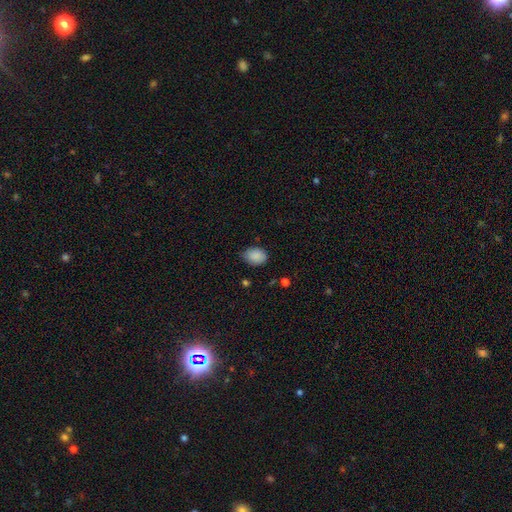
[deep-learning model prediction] Smooth or featured?
  - smooth: 88% *
  - star or artifact: 8%
  - featured or disk: 4%
How rounded?
  - in between: 67% *
  - round: 32%
  - cigar-shaped: 1%
Merging?
  - none: 73% *
  - minor disturbance: 22%
  - major disturbance: 4%
  - merger: 1%